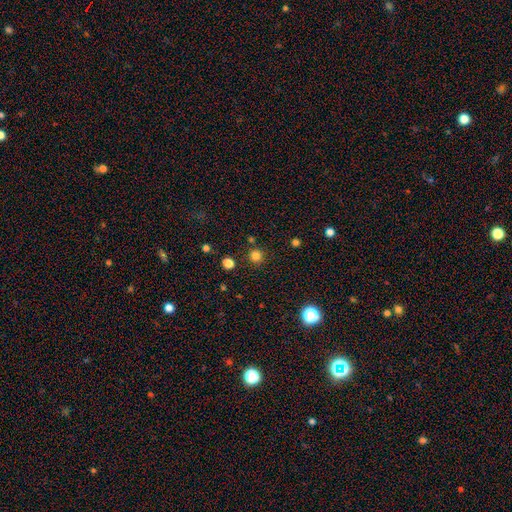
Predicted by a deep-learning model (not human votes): Q: Smooth or featured?
A: smooth (80%); runner-up: star or artifact (16%)
Q: How rounded?
A: round (95%); runner-up: in between (4%)
Q: Merging?
A: none (87%); runner-up: minor disturbance (6%)